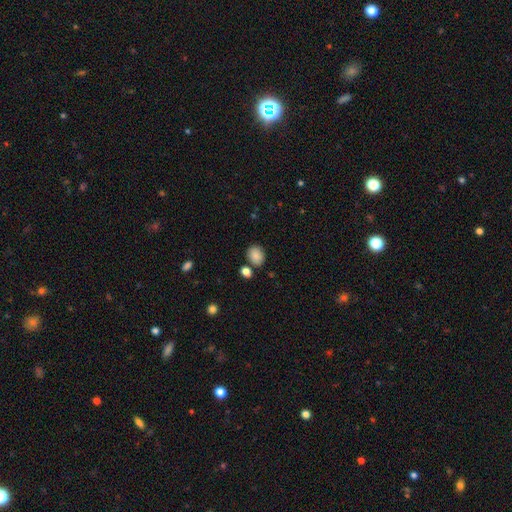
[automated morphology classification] The model was most divided on "how rounded": round: 53%, in between: 46%, cigar-shaped: 1%. More confident: smooth or featured — smooth (86%); merging — none (77%).